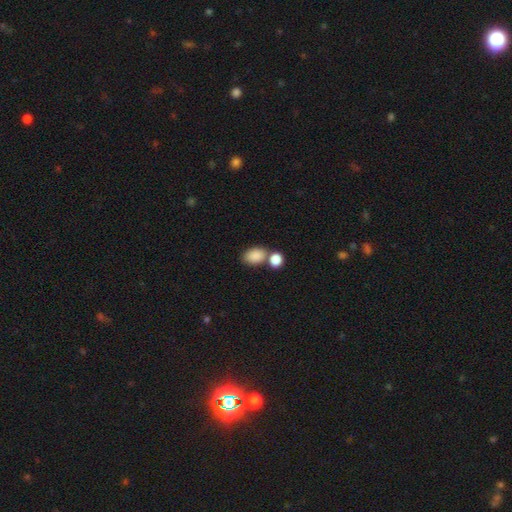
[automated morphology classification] This is clearly a smooth galaxy (86%). How rounded: clearly in between (81%). Merging: possibly none (53%).